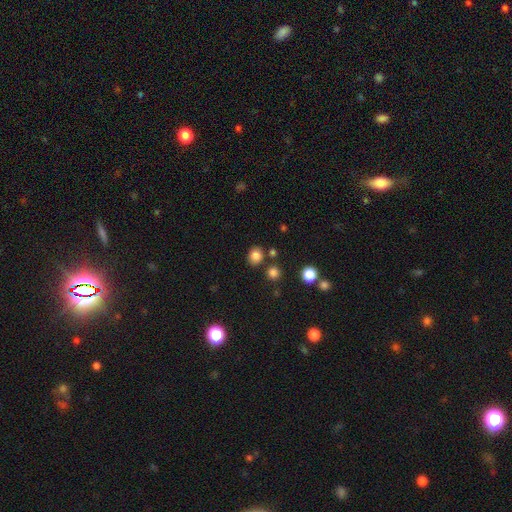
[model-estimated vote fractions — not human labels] Smooth or featured?
  - smooth: 82% *
  - star or artifact: 13%
  - featured or disk: 5%
How rounded?
  - round: 74% *
  - in between: 25%
  - cigar-shaped: 1%
Merging?
  - none: 80% *
  - minor disturbance: 9%
  - merger: 8%
  - major disturbance: 3%